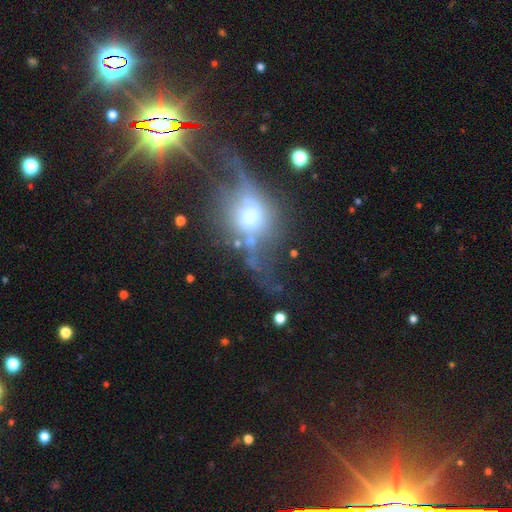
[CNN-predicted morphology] Overall: featured or disk (66%). Edge-on disk: no (54%; yes 46%). Merging: none (52%; major disturbance 23%).